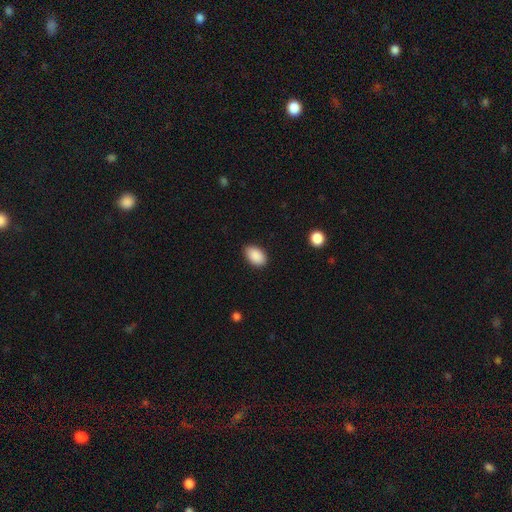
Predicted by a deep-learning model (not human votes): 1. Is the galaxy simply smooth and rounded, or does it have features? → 90% smooth, 7% star or artifact, 3% featured or disk.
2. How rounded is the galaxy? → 90% in between, 9% round, 1% cigar-shaped.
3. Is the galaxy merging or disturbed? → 85% none, 12% minor disturbance, 2% major disturbance, 1% merger.